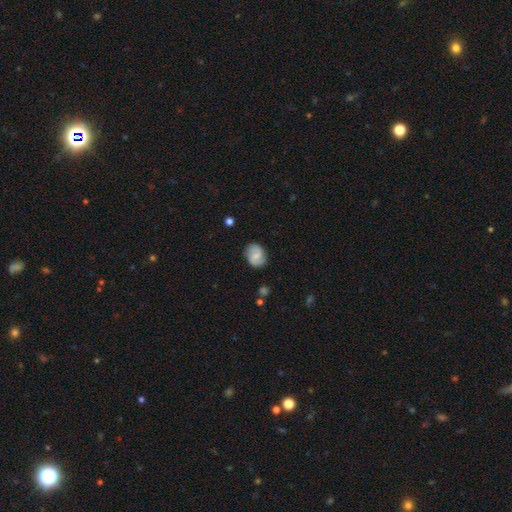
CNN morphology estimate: type=smooth (50%); roundness=in between (53%); merging=none (81%).